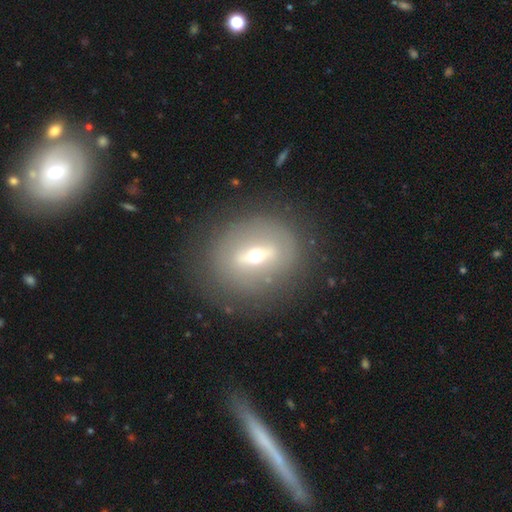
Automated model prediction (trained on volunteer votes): A featured or disk galaxy (61%).

Vote fractions:
- Smooth or featured? featured or disk: 61% / smooth: 29% / star or artifact: 10%
- Edge-on disk? no: 80% / yes: 20%
- Merging? none: 81% / minor disturbance: 11% / major disturbance: 6% / merger: 2%